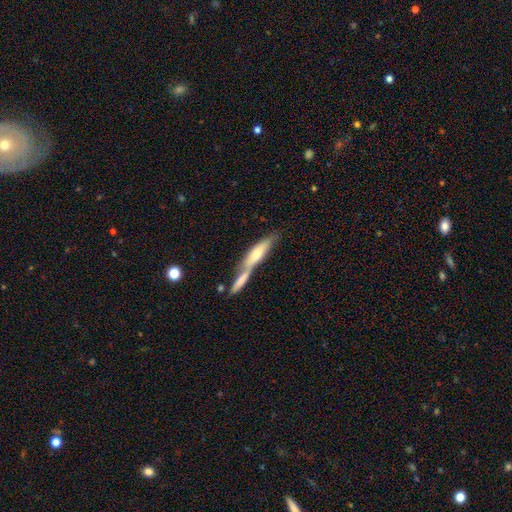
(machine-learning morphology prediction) type=smooth (52%); roundness=cigar-shaped (76%); merging=merger (50%).